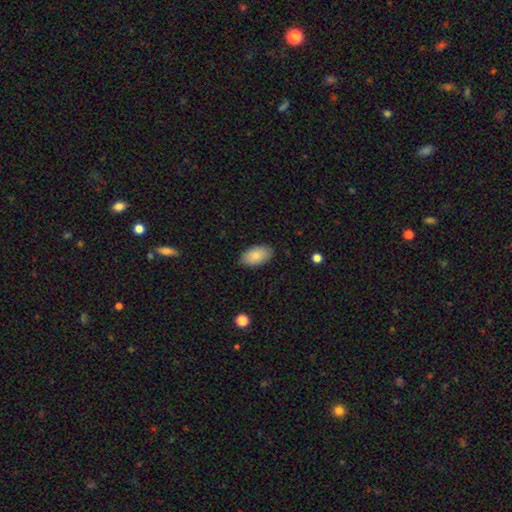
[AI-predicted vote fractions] smooth-or-featured: smooth: 84% | featured or disk: 10% | star or artifact: 6%
  how-rounded: in between: 95% | round: 4% | cigar-shaped: 2%
  merging: none: 85% | minor disturbance: 12% | major disturbance: 2% | merger: 1%